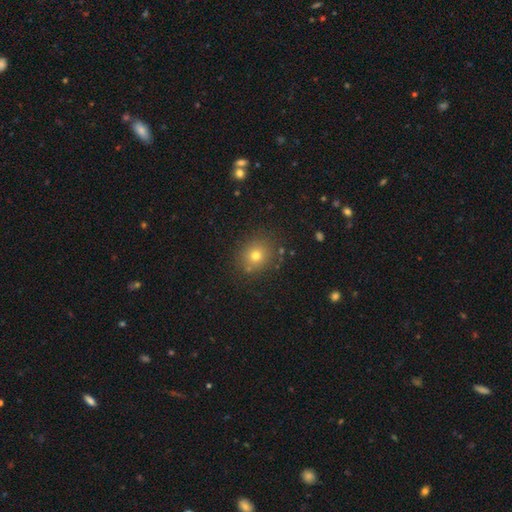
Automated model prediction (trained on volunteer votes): smooth-or-featured: smooth: 73% | star or artifact: 16% | featured or disk: 11%
  how-rounded: round: 80% | in between: 19% | cigar-shaped: 1%
  merging: none: 82% | minor disturbance: 11% | merger: 4% | major disturbance: 3%